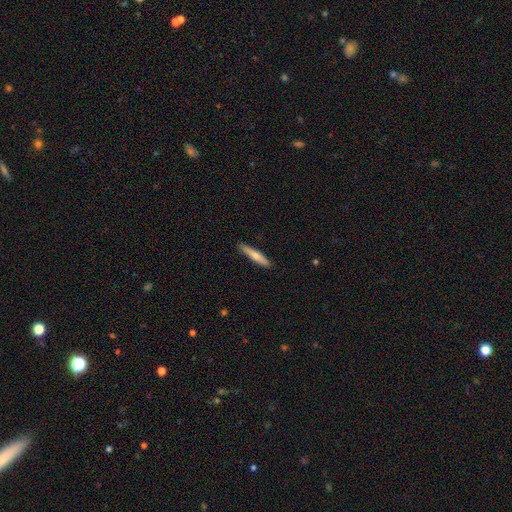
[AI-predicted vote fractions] smooth 70%, featured or disk 25%, star or artifact 5%. Down the decision tree: how rounded — cigar-shaped (91%); merging — none (89%).